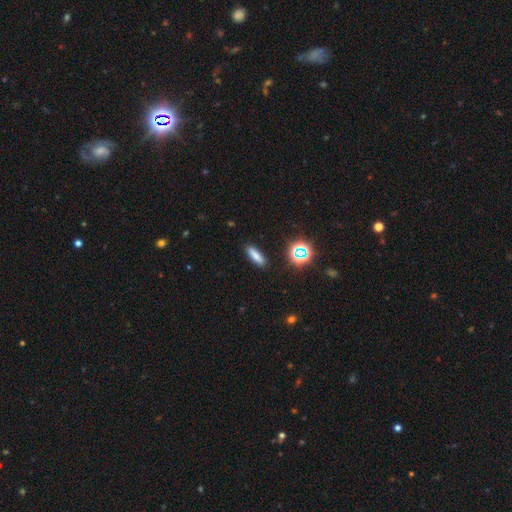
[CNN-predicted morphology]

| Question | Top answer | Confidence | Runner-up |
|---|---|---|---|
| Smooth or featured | smooth | 76% | star or artifact (15%) |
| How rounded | cigar-shaped | 60% | in between (35%) |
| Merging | none | 88% | minor disturbance (8%) |